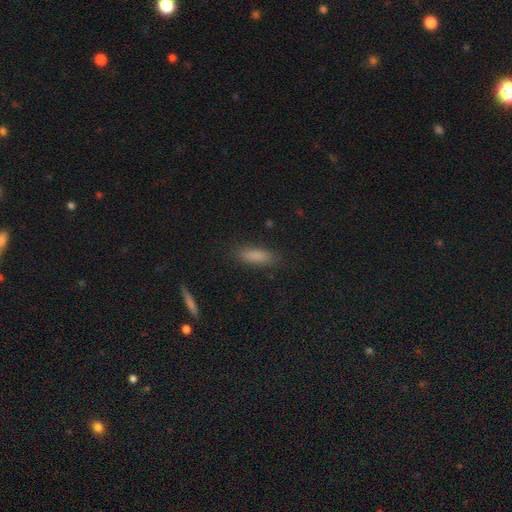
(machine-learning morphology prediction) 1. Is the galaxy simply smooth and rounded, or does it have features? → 83% smooth, 9% star or artifact, 7% featured or disk.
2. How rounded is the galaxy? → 50% in between, 48% cigar-shaped, 2% round.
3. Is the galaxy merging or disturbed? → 85% none, 10% minor disturbance, 3% major disturbance, 1% merger.